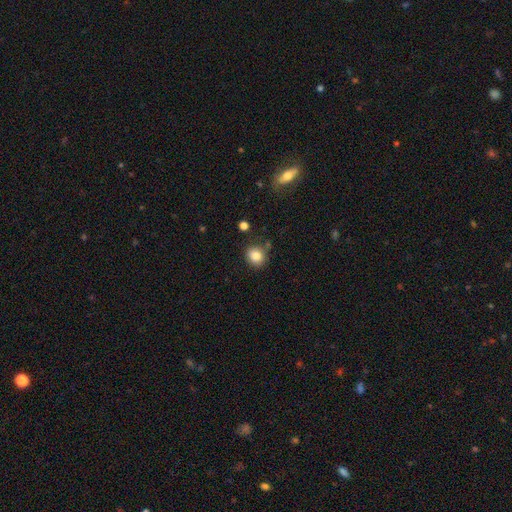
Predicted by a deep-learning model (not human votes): This is clearly a smooth galaxy (84%). How rounded: likely round (78%). Merging: likely none (79%).